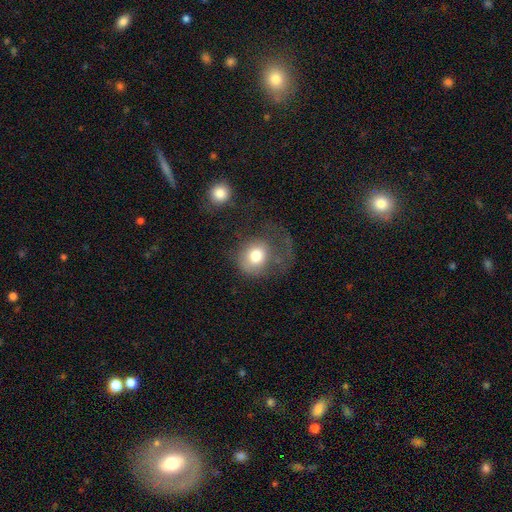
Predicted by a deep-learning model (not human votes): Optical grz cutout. It shows a smooth galaxy with no disk features (71%) that is round (71%). Merging: major disturbance (44%).